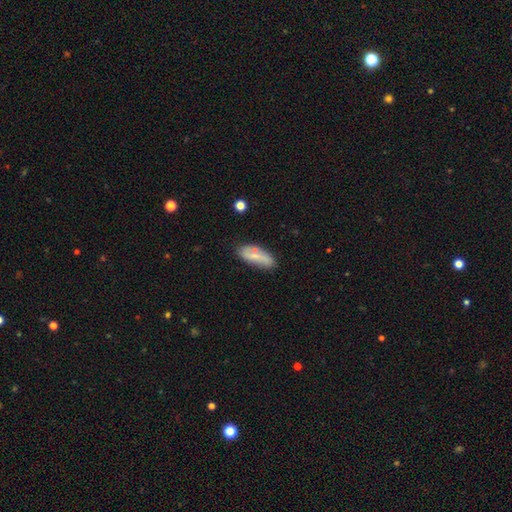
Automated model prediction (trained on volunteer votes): A smooth galaxy with no disk features (53%) that is in between round and cigar-shaped (68%).

Vote fractions:
- Smooth or featured? smooth: 53% / featured or disk: 40% / star or artifact: 7%
- How rounded? in between: 68% / cigar-shaped: 29% / round: 3%
- Merging? none: 71% / minor disturbance: 19% / merger: 6% / major disturbance: 5%